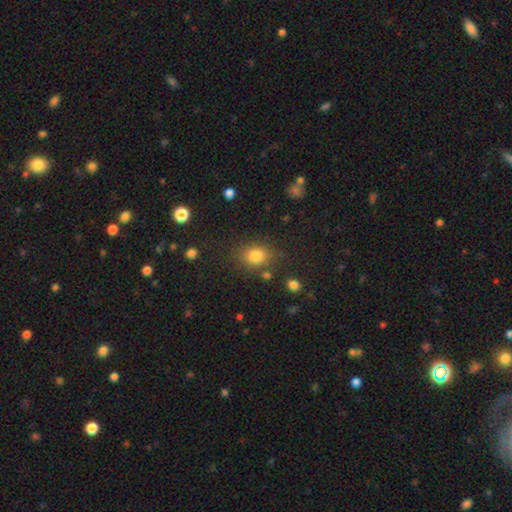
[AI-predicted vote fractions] smooth_or_featured: smooth (p=0.81) [alt: star or artifact p=0.12]
how_rounded: round (p=0.53) [alt: in between p=0.46]
merging: none (p=0.75) [alt: minor disturbance p=0.13]